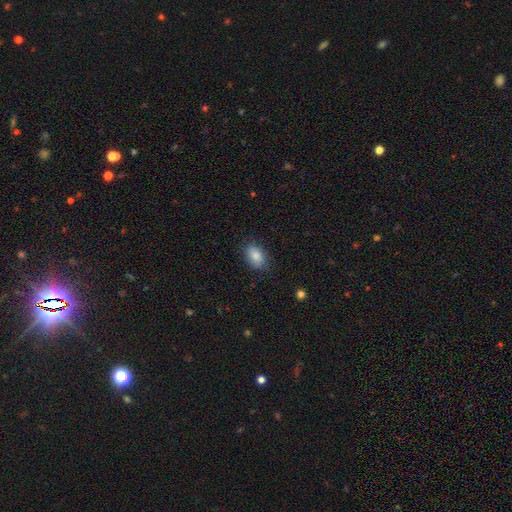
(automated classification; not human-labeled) Smooth or featured?
  - smooth: 85% *
  - featured or disk: 8%
  - star or artifact: 8%
How rounded?
  - in between: 86% *
  - round: 12%
  - cigar-shaped: 1%
Merging?
  - none: 82% *
  - minor disturbance: 13%
  - major disturbance: 3%
  - merger: 1%